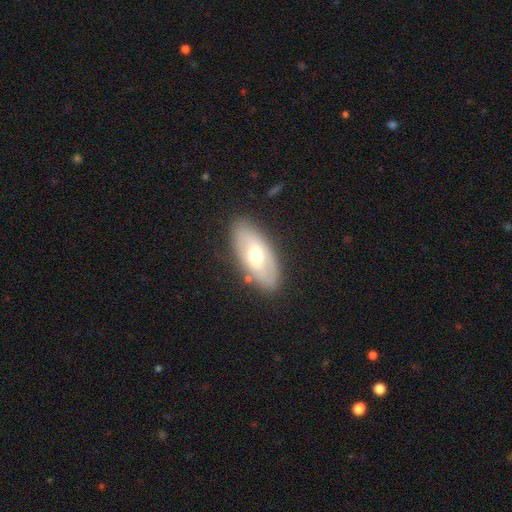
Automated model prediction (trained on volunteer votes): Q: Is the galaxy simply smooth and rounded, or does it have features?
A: smooth — 49%.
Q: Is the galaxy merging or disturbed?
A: none — 83%.